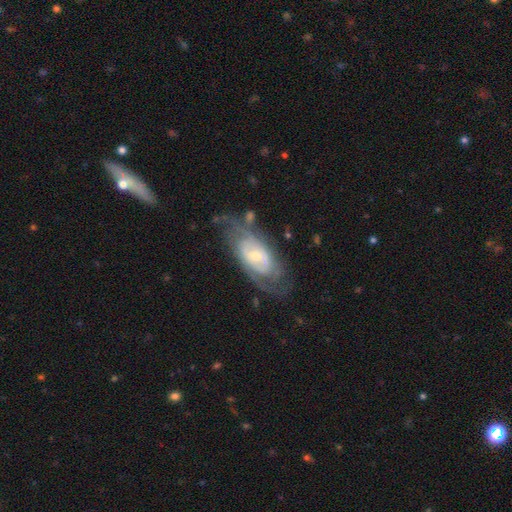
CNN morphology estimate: Smooth or featured? featured or disk (80%)
Edge-on disk? no (92%)
Bar? no (52%)
Spiral arms? yes (85%)
Spiral winding? tight (53%)
Spiral arm count? 2 (44%)
Bulge size? small (53%)
Merging? none (60%)